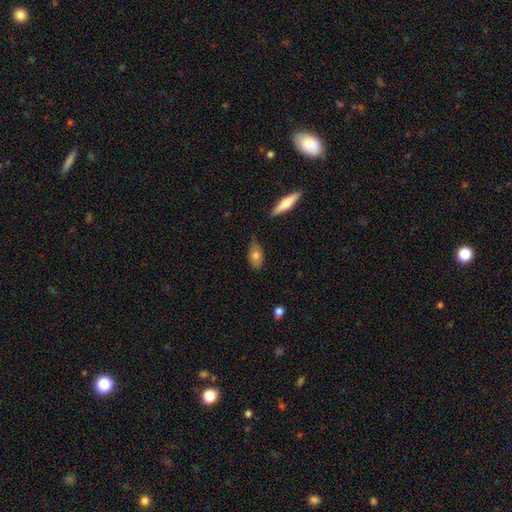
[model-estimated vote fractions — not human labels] smooth 72%, featured or disk 21%, star or artifact 7%. Down the decision tree: how rounded — in between (86%); merging — none (68%).